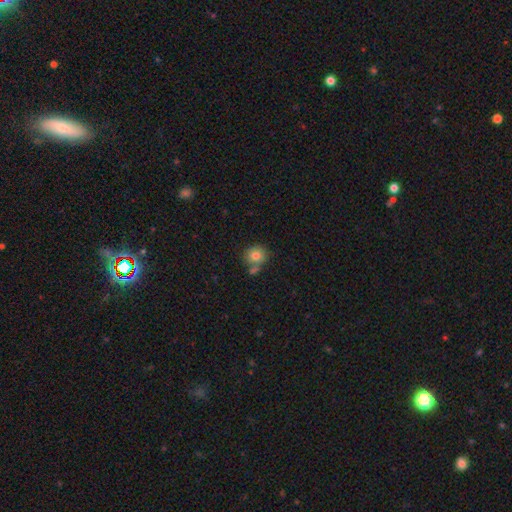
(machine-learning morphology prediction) Smooth or featured? smooth (79%)
How rounded? round (83%)
Merging? none (61%)